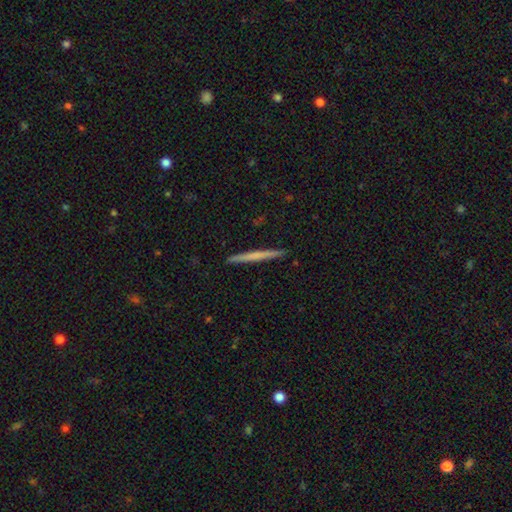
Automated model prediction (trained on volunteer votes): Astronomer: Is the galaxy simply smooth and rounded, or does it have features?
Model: smooth — 53% (runner-up: featured or disk, 42%).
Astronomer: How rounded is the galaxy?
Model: cigar-shaped — 97%.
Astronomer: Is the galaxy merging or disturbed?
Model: none — 93%.